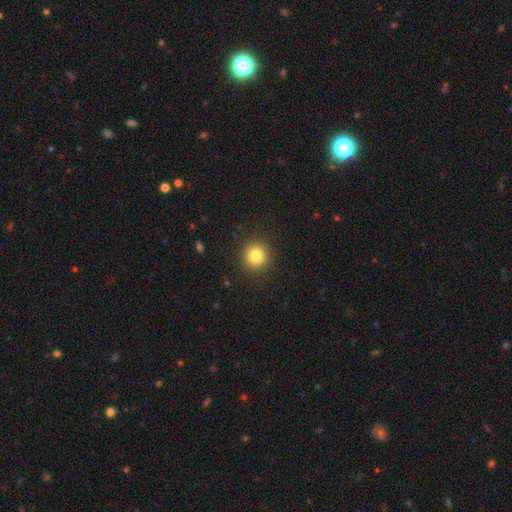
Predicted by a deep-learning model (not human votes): Morphology: type=smooth (81%); roundness=round (94%); merging=none (91%).